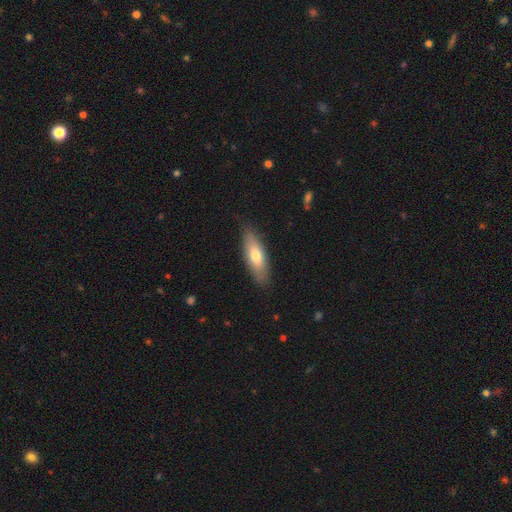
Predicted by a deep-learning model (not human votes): Smooth or featured?
  - smooth: 70% *
  - featured or disk: 25%
  - star or artifact: 6%
How rounded?
  - in between: 61% *
  - cigar-shaped: 37%
  - round: 2%
Merging?
  - none: 84% *
  - minor disturbance: 12%
  - major disturbance: 3%
  - merger: 1%